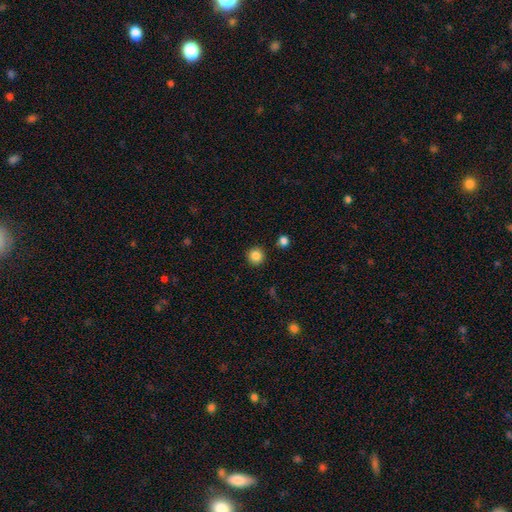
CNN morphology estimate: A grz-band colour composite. It shows a smooth galaxy with no disk features (85%) that is round (94%). Merging: none (91%).